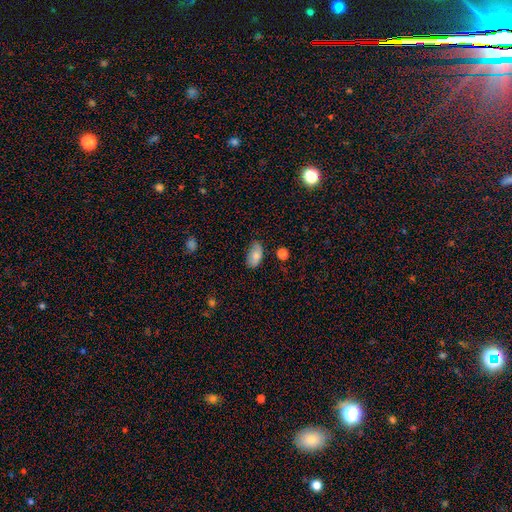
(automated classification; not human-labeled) Smooth or featured: smooth — 79% (featured or disk — 13%)
How rounded: in between — 93% (round — 4%)
Merging: none — 64% (minor disturbance — 28%)